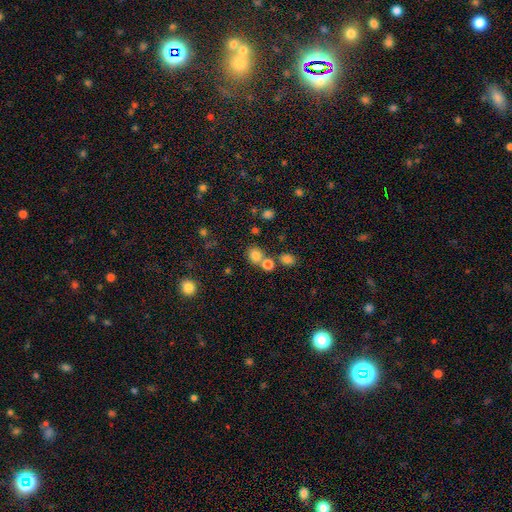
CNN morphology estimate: smooth_or_featured: smooth (p=0.79) [alt: star or artifact p=0.14]
how_rounded: round (p=0.78) [alt: in between p=0.21]
merging: none (p=0.59) [alt: merger p=0.29]